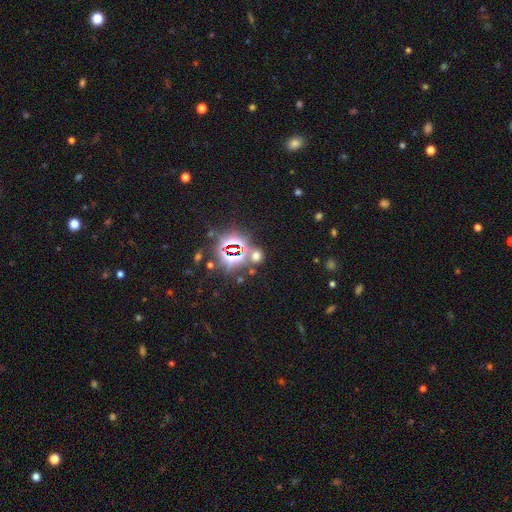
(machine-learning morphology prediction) A star or artifact, not a galaxy (53%).

Vote fractions:
- Smooth or featured? star or artifact: 53% / smooth: 41% / featured or disk: 7%